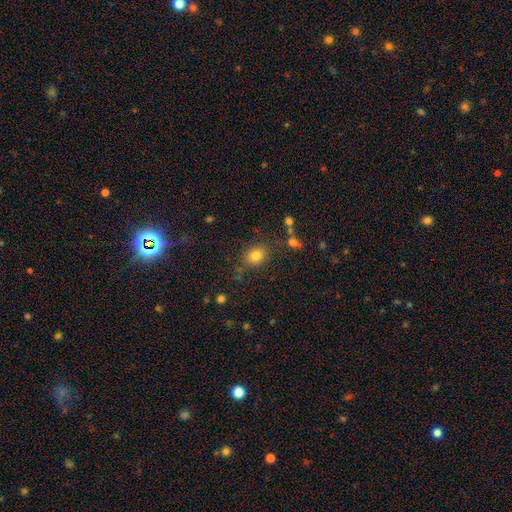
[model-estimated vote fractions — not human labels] Smooth or featured? Predicted: smooth (p=0.80). How rounded? Predicted: round (p=0.59). Merging? Predicted: none (p=0.76).